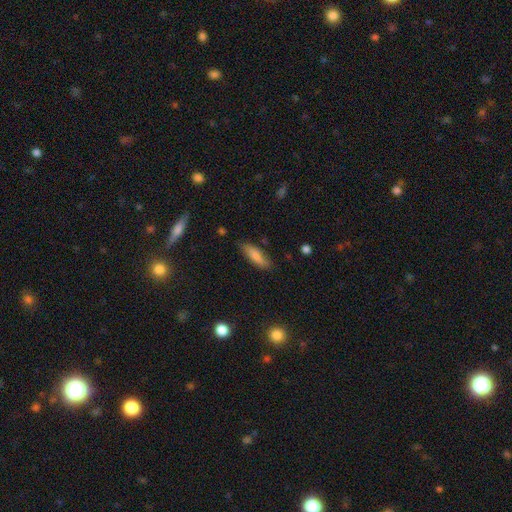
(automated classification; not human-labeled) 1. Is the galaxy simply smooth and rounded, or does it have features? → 79% smooth, 13% featured or disk, 7% star or artifact.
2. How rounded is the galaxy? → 51% cigar-shaped, 48% in between, 2% round.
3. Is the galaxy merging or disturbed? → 78% none, 17% minor disturbance, 3% major disturbance, 2% merger.